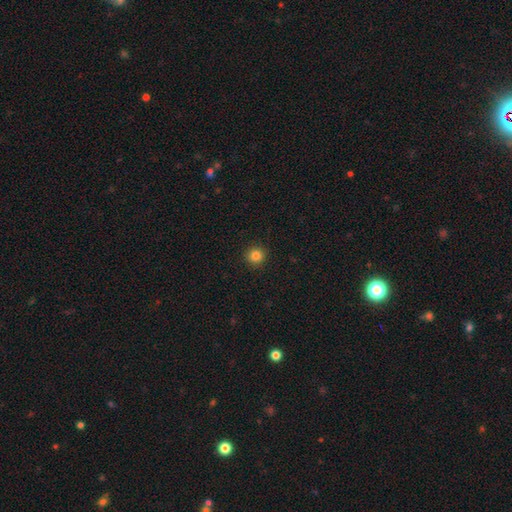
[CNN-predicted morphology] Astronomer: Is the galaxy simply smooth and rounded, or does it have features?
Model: smooth — 84%.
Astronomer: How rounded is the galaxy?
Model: round — 94%.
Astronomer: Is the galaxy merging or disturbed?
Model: none — 93%.